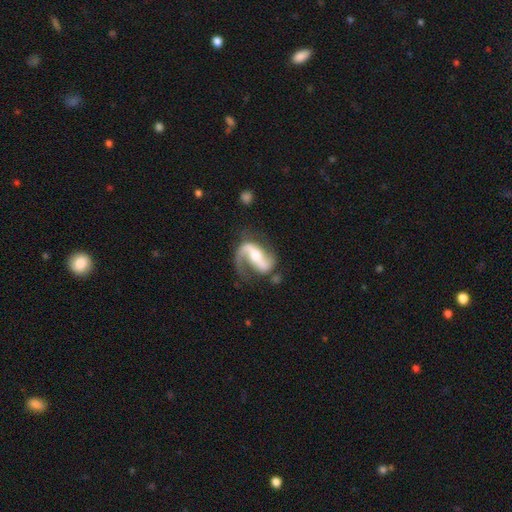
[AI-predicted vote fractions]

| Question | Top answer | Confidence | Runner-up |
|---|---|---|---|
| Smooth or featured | featured or disk | 88% | smooth (8%) |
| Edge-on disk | no | 96% | yes (4%) |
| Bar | strong | 45% | weak (31%) |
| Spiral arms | yes | 96% | no (4%) |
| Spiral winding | loose | 50% | medium (40%) |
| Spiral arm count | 2 | 82% | 1 (13%) |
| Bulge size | moderate | 54% | small (27%) |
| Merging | none | 60% | minor disturbance (20%) |